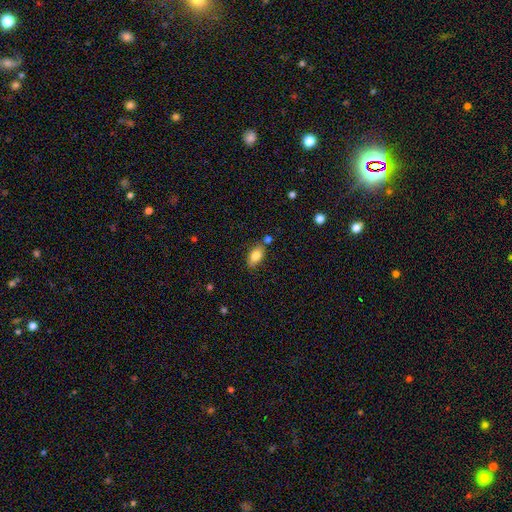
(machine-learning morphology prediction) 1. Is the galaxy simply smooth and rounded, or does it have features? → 81% smooth, 12% featured or disk, 8% star or artifact.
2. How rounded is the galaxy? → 89% in between, 5% cigar-shaped, 5% round.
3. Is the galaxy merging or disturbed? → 75% none, 14% minor disturbance, 8% merger, 3% major disturbance.